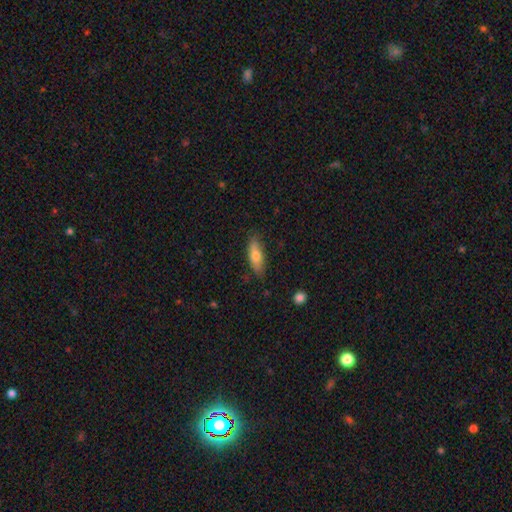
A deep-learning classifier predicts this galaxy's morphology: Smooth or featured: smooth — 71% (featured or disk — 22%)
How rounded: in between — 57% (cigar-shaped — 40%)
Merging: none — 82% (minor disturbance — 14%)